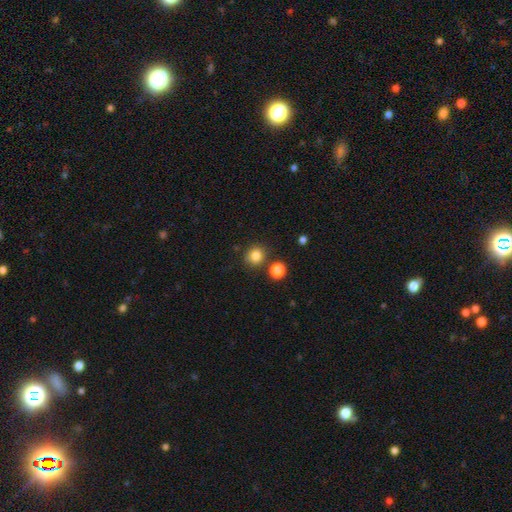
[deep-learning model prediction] The model was most divided on "smooth or featured": smooth: 83%, star or artifact: 12%, featured or disk: 5%. More confident: how rounded — round (89%); merging — none (80%).